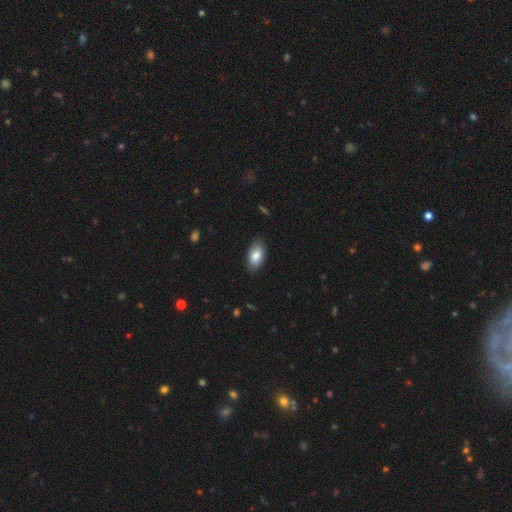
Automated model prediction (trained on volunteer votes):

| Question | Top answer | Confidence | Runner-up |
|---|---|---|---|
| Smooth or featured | smooth | 83% | featured or disk (11%) |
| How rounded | in between | 93% | round (4%) |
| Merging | none | 85% | minor disturbance (12%) |